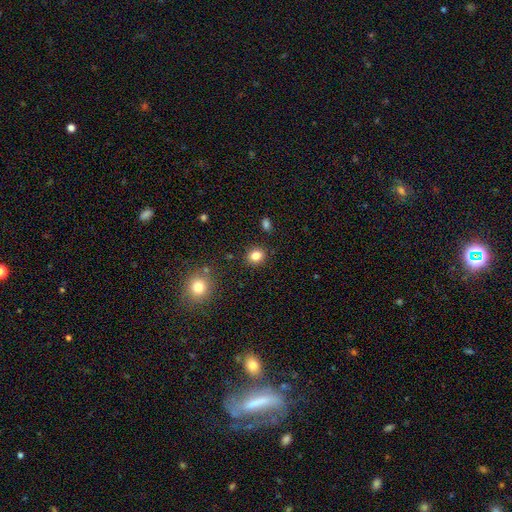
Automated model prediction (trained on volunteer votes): Smooth or featured? Predicted: smooth (p=0.82). How rounded? Predicted: round (p=0.76). Merging? Predicted: none (p=0.89).